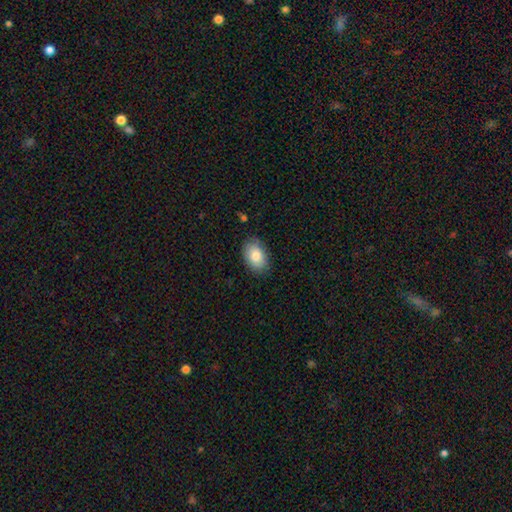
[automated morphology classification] A smooth galaxy with no disk features (83%) that is in between round and cigar-shaped (86%). Merging: none (83%).